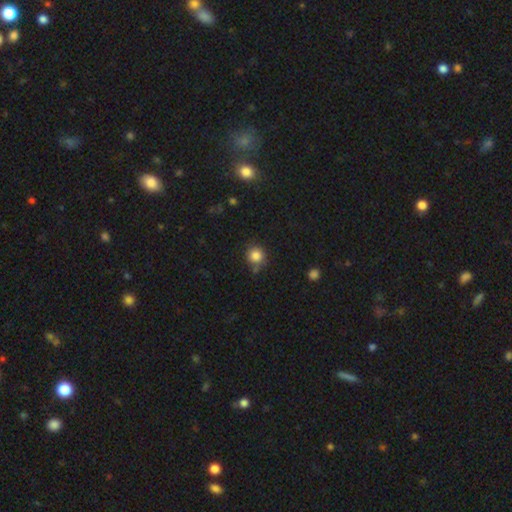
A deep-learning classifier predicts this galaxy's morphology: A smooth galaxy with no disk features (83%) that is round (90%). Merging: none (76%).